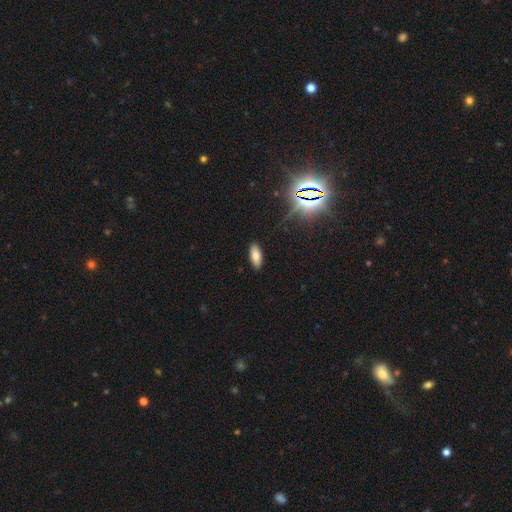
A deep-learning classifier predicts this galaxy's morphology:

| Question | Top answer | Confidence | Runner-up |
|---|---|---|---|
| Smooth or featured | smooth | 78% | star or artifact (11%) |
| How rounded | in between | 81% | cigar-shaped (17%) |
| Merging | none | 89% | minor disturbance (8%) |